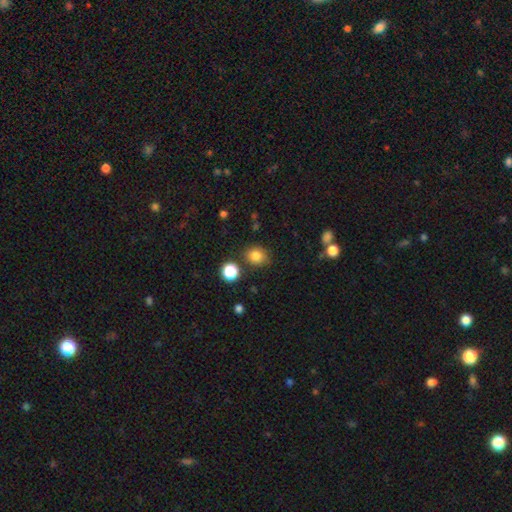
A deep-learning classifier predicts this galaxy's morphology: Smooth or featured: smooth — 82% (star or artifact — 12%)
How rounded: round — 73% (in between — 26%)
Merging: none — 82% (minor disturbance — 10%)